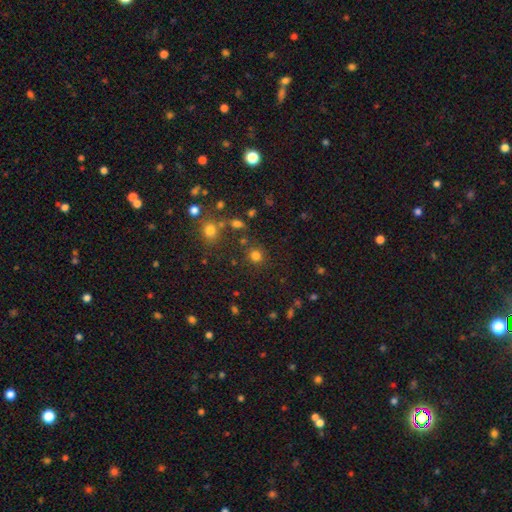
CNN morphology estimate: Smooth or featured? smooth (78%)
How rounded? round (89%)
Merging? none (82%)